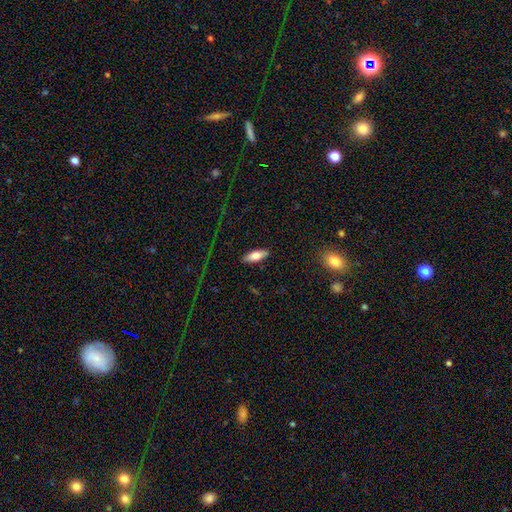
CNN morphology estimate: smooth-or-featured: smooth: 74% | featured or disk: 19% | star or artifact: 6%
  how-rounded: in between: 71% | cigar-shaped: 27% | round: 2%
  merging: none: 88% | minor disturbance: 9% | major disturbance: 2% | merger: 1%